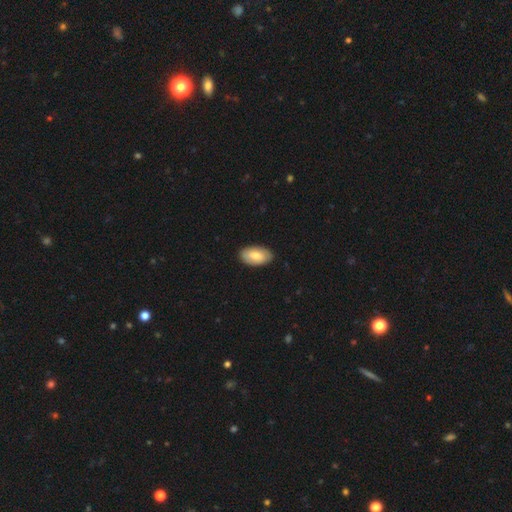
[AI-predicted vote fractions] Overall: smooth (71%). How rounded: in between (95%). Merging: none (87%).